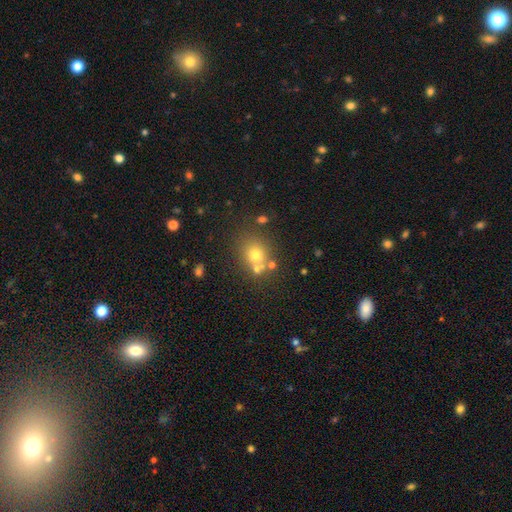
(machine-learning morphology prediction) smooth_or_featured: smooth (p=0.68) [alt: star or artifact p=0.18]
how_rounded: round (p=0.73) [alt: in between p=0.26]
merging: none (p=0.63) [alt: merger p=0.21]